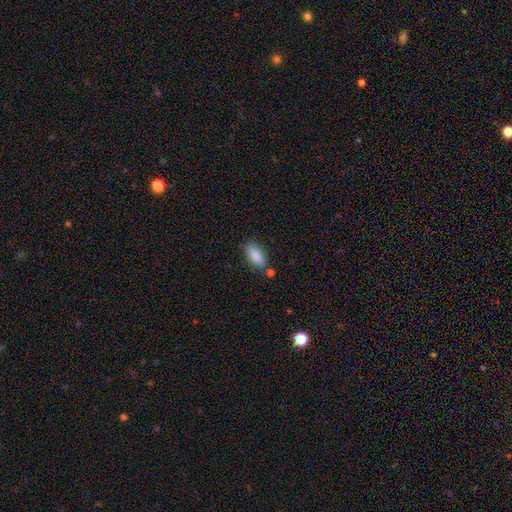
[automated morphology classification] Q: Smooth or featured?
A: smooth (87%); runner-up: star or artifact (7%)
Q: How rounded?
A: in between (85%); runner-up: cigar-shaped (13%)
Q: Merging?
A: none (74%); runner-up: minor disturbance (15%)